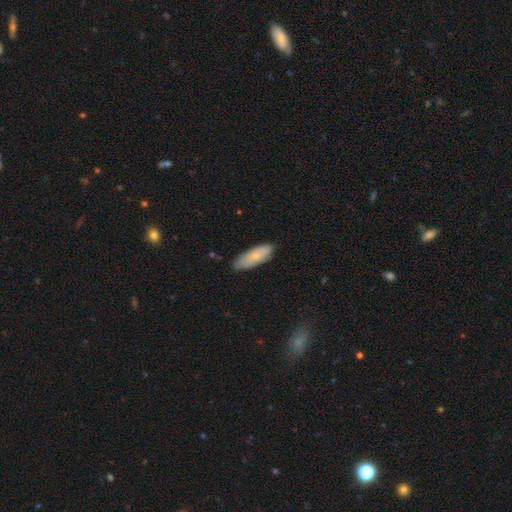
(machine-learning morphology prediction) smooth-or-featured: smooth: 77% | featured or disk: 17% | star or artifact: 6%
  how-rounded: in between: 64% | cigar-shaped: 34% | round: 2%
  merging: none: 77% | minor disturbance: 19% | major disturbance: 3% | merger: 1%